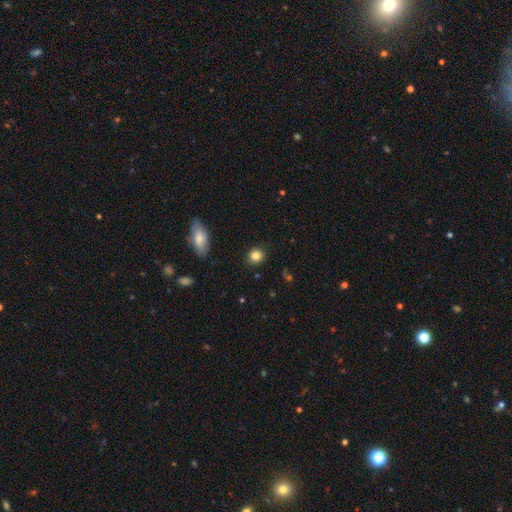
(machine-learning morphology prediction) A smooth galaxy with no disk features (85%) that is round (78%).

Vote fractions:
- Smooth or featured? smooth: 85% / star or artifact: 10% / featured or disk: 5%
- How rounded? round: 78% / in between: 21% / cigar-shaped: 1%
- Merging? none: 87% / minor disturbance: 9% / major disturbance: 2% / merger: 1%